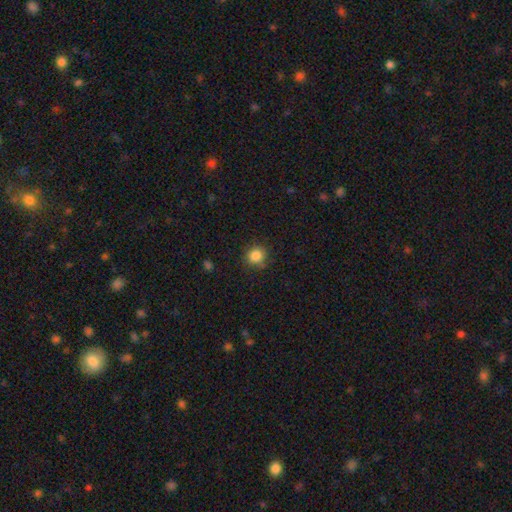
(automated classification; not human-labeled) Overall: smooth (85%). How rounded: round (90%). Merging: none (84%).